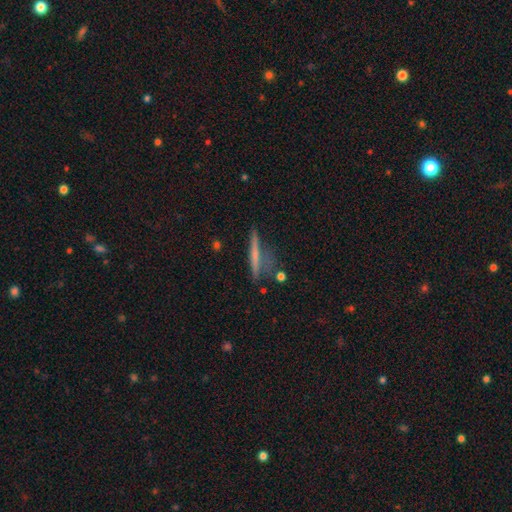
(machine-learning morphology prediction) Smooth or featured? featured or disk (47%)
Merging? none (73%)